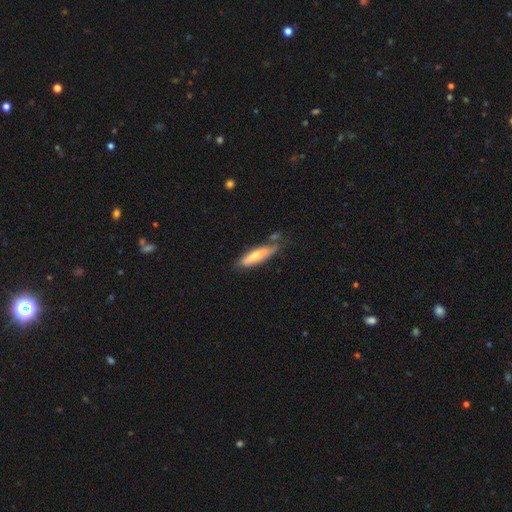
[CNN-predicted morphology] smooth 62%, featured or disk 33%, star or artifact 6%. Down the decision tree: how rounded — cigar-shaped (68%); merging — none (62%).